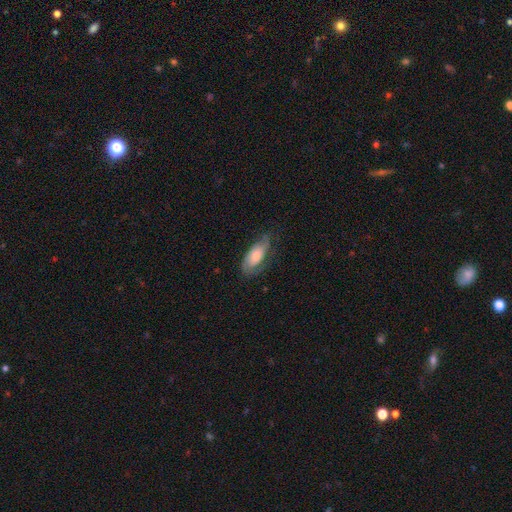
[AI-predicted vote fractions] The model was most divided on "smooth or featured": smooth: 48%, featured or disk: 45%, star or artifact: 6%. More confident: merging — none (60%).